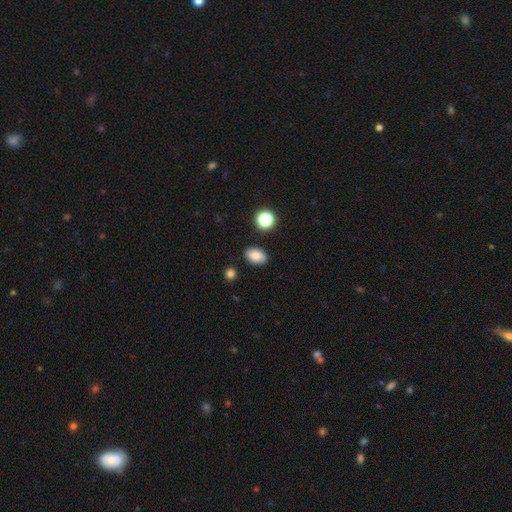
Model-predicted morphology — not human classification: Smooth or featured? smooth (84%)
How rounded? in between (85%)
Merging? none (85%)